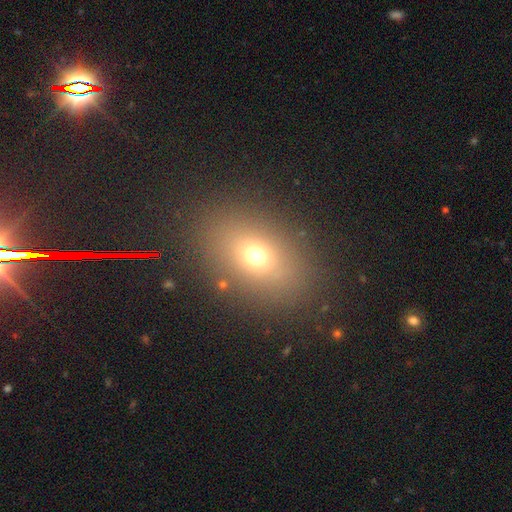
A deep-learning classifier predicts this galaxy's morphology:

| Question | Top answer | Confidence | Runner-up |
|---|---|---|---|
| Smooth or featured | smooth | 68% | star or artifact (17%) |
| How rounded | in between | 72% | round (26%) |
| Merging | none | 84% | minor disturbance (9%) |